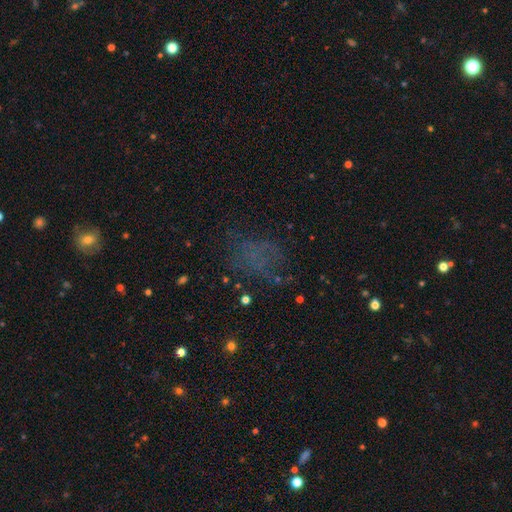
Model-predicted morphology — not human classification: This is marginally a smooth galaxy (39%). Merging: possibly none (55%).